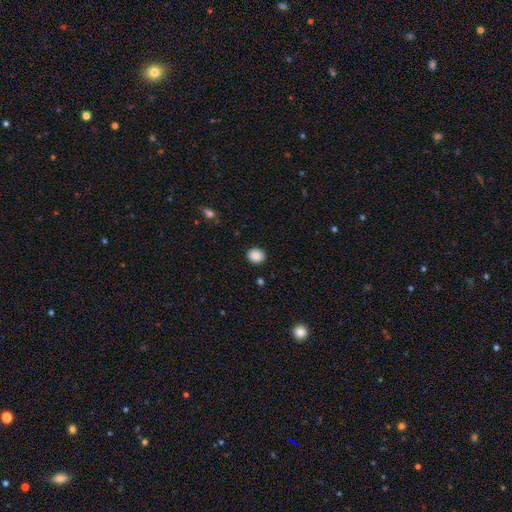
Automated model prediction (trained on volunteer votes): smooth 88%, star or artifact 9%, featured or disk 3%. Down the decision tree: how rounded — round (74%); merging — none (90%).